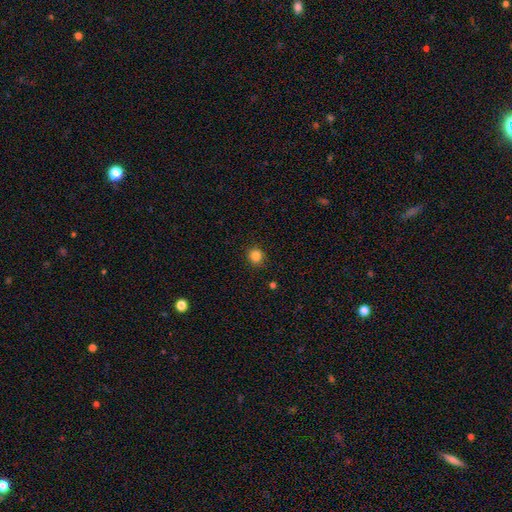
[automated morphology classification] Q: Smooth or featured?
A: smooth (84%); runner-up: star or artifact (12%)
Q: How rounded?
A: round (91%); runner-up: in between (8%)
Q: Merging?
A: none (91%); runner-up: minor disturbance (6%)